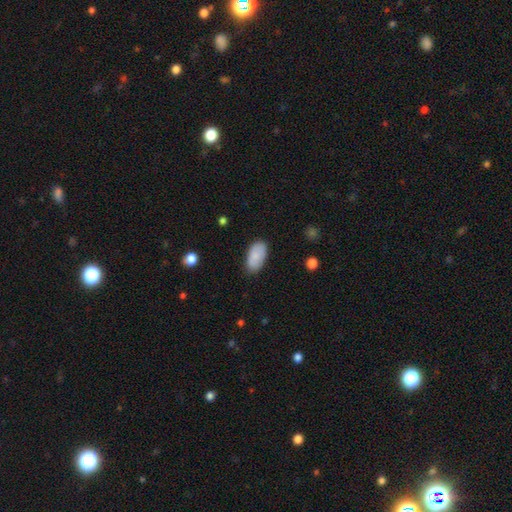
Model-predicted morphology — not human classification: Q: Smooth or featured?
A: smooth (86%); runner-up: featured or disk (8%)
Q: How rounded?
A: in between (95%); runner-up: round (3%)
Q: Merging?
A: none (79%); runner-up: minor disturbance (16%)